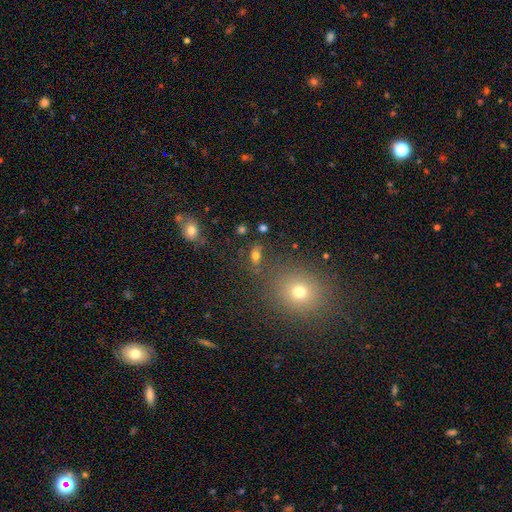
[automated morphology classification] type=smooth (67%); roundness=in between (69%); merging=none (71%).